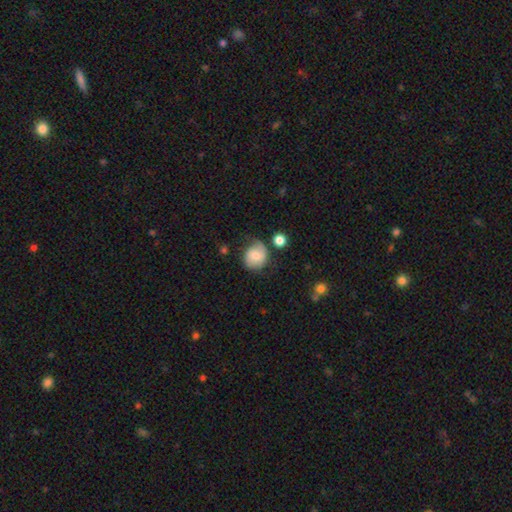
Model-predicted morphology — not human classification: Smooth or featured? smooth (61%)
How rounded? round (78%)
Merging? none (60%)